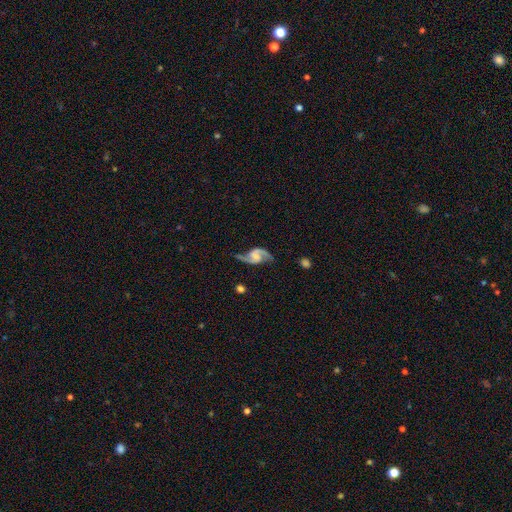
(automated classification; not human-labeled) This is clearly a featured or disk galaxy (90%). It is clearly not viewed edge-on (98%). Bar: possibly weak (45%). Spiral arm pattern: clearly yes (97%). Spiral arm count: clearly 2 (94%). Spiral winding: possibly loose (52%). Central bulge: possibly none (53%). Merging: likely none (70%).